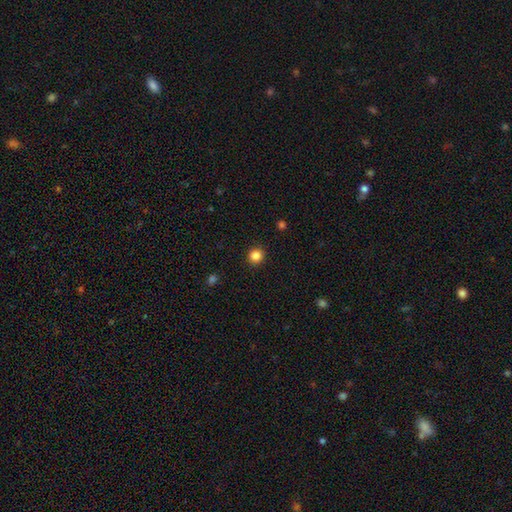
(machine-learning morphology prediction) The model was most divided on "smooth or featured": smooth: 85%, star or artifact: 11%, featured or disk: 3%. More confident: merging — none (92%); how rounded — round (92%).